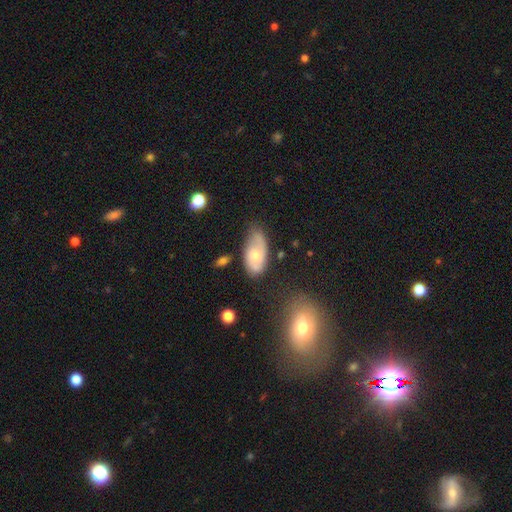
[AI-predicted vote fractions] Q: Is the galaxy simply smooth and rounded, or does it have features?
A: featured or disk — 49%.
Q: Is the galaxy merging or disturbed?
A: none — 50%.